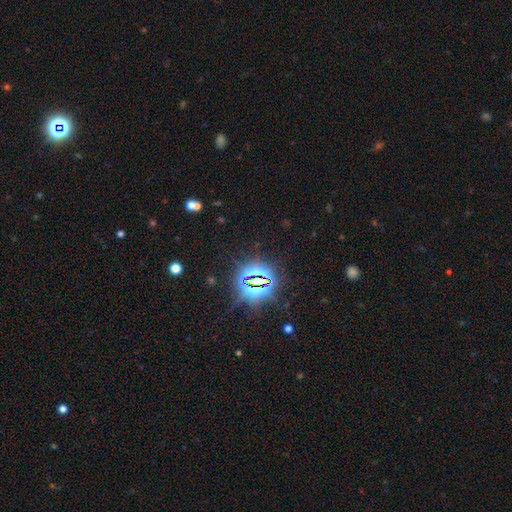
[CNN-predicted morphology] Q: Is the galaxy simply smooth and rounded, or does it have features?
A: star or artifact — 82%.